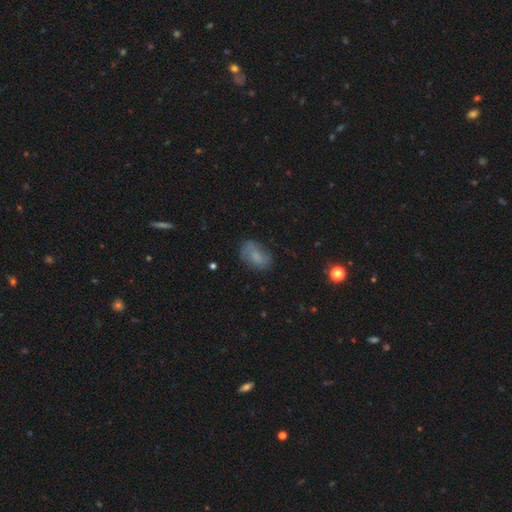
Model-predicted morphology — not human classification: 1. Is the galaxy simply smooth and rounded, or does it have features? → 66% smooth, 24% featured or disk, 10% star or artifact.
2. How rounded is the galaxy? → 86% in between, 12% round, 2% cigar-shaped.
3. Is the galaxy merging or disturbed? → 64% none, 25% minor disturbance, 9% major disturbance, 2% merger.